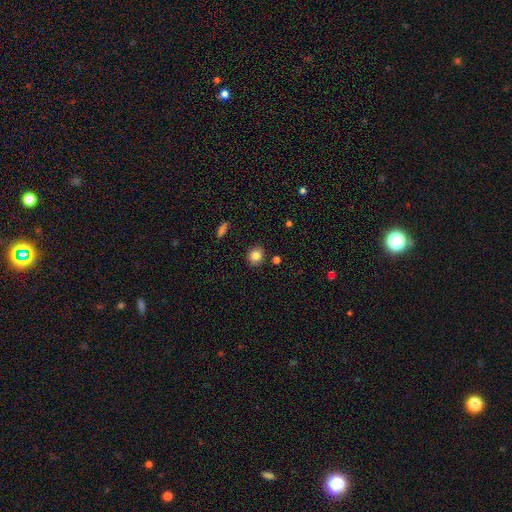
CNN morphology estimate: smooth_or_featured: smooth (p=0.82) [alt: star or artifact p=0.10]
how_rounded: round (p=0.82) [alt: in between p=0.17]
merging: none (p=0.88) [alt: minor disturbance p=0.08]